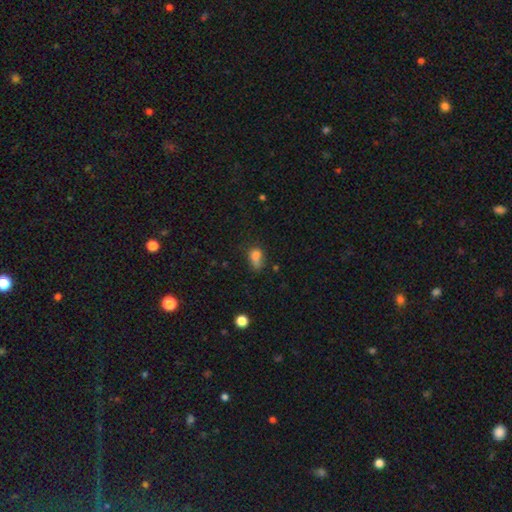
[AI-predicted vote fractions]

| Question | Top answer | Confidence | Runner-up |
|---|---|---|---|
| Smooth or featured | smooth | 76% | star or artifact (14%) |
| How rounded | in between | 74% | round (22%) |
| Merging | none | 36% | minor disturbance (32%) |